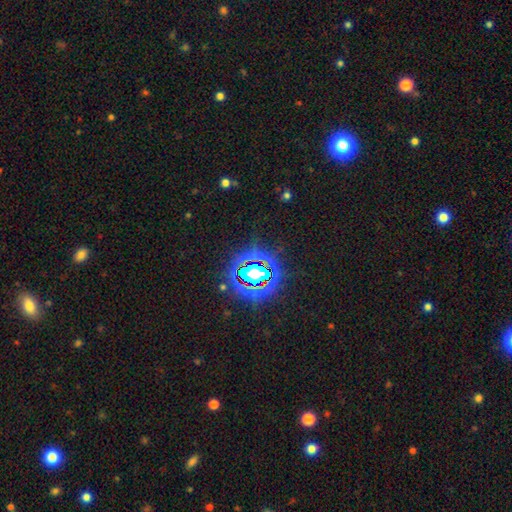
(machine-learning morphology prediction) Smooth or featured: star or artifact — 80% (smooth — 11%)